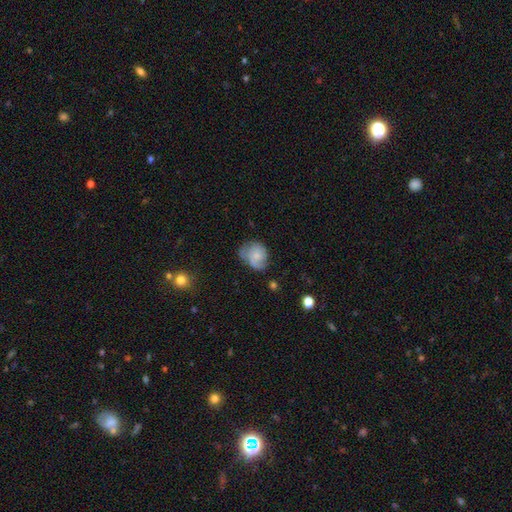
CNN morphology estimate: This is possibly a featured or disk galaxy (46%, tied with smooth). Merging: possibly none (46%).